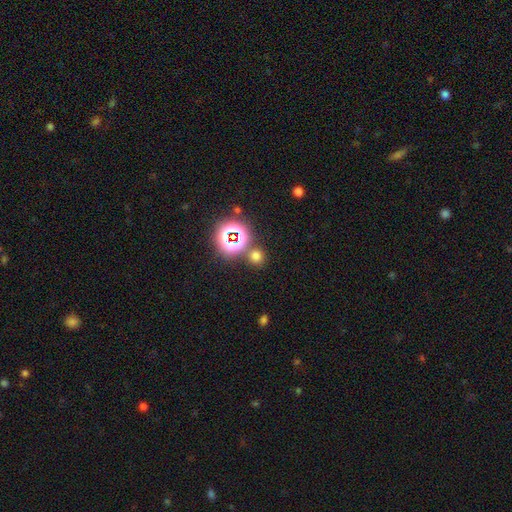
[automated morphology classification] Smooth or featured: smooth — 63% (star or artifact — 31%)
How rounded: round — 88% (in between — 11%)
Merging: none — 78% (merger — 11%)